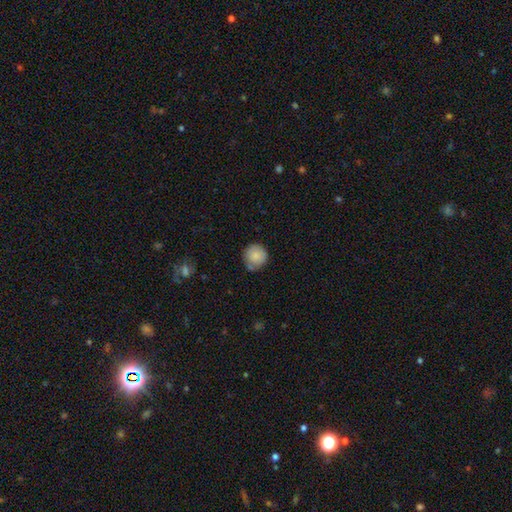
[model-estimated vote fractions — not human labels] Morphology: type=smooth (85%); roundness=round (93%); merging=none (71%).